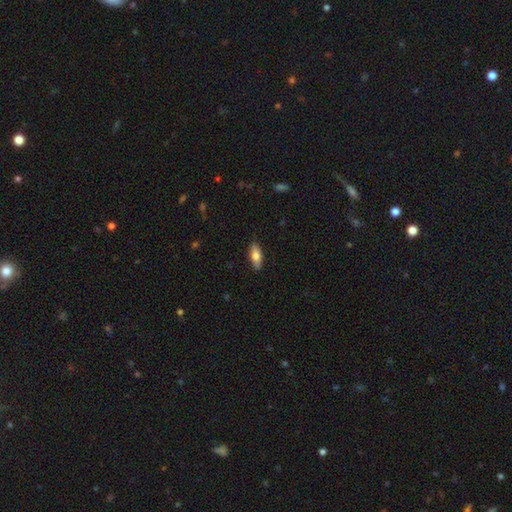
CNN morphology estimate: smooth-or-featured: smooth: 69% | featured or disk: 25% | star or artifact: 6%
  how-rounded: in between: 69% | cigar-shaped: 29% | round: 3%
  merging: none: 87% | minor disturbance: 10% | major disturbance: 2% | merger: 1%